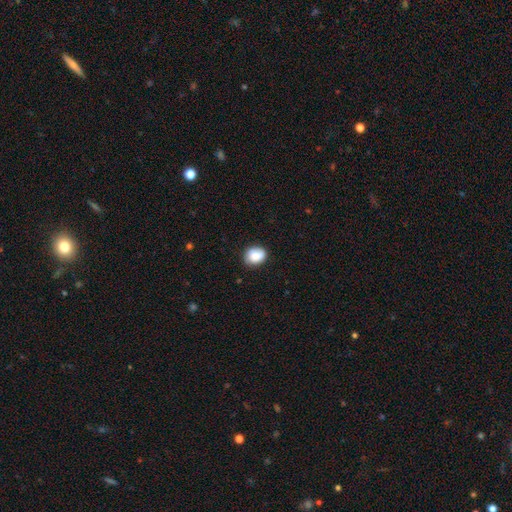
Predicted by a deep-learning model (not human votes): This is clearly a smooth galaxy (83%). How rounded: possibly round (57%). Merging: likely none (74%).